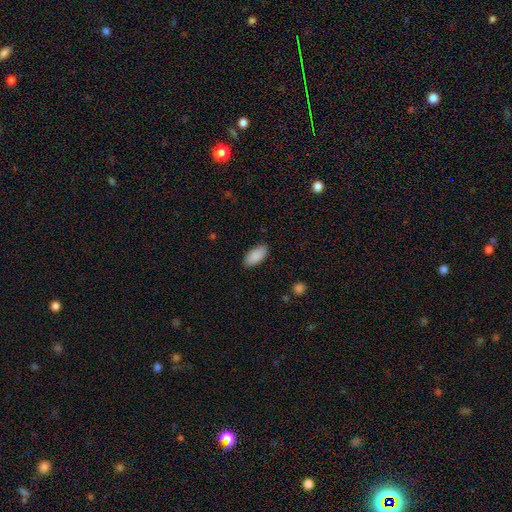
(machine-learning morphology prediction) This appears to be a smooth galaxy with no disk features (90%) that is in between round and cigar-shaped (93%). Merging: none (86%).